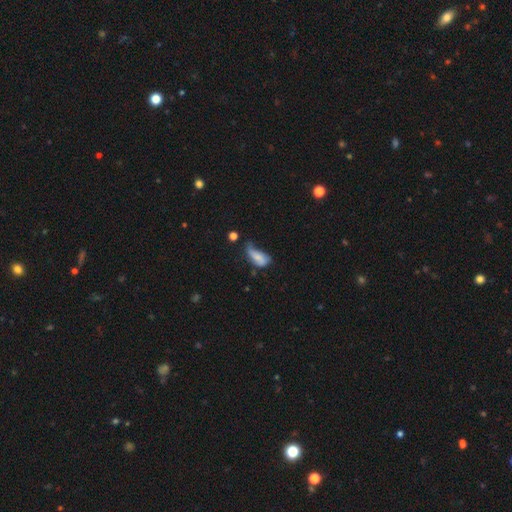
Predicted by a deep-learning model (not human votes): The model was most divided on "merging": minor disturbance: 36%, major disturbance: 33%, none: 23%, merger: 8%. More confident: how rounded — in between (84%); smooth or featured — smooth (67%).